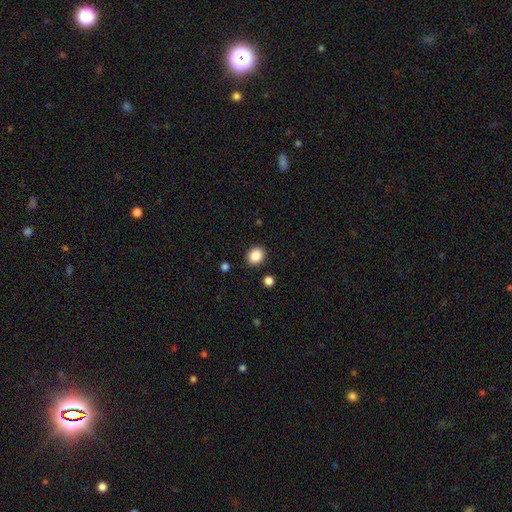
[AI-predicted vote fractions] A smooth galaxy with no disk features (87%) that is round (68%). Merging: none (88%).